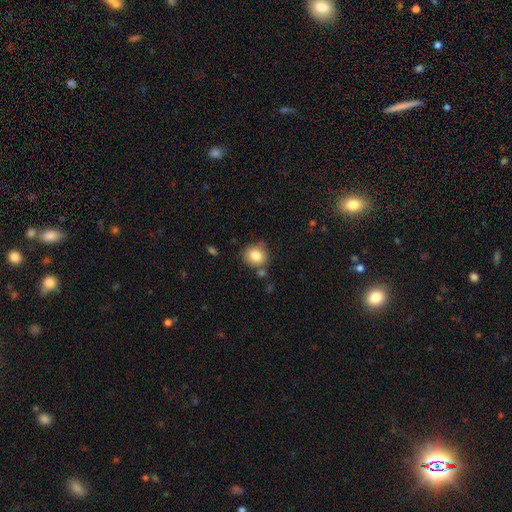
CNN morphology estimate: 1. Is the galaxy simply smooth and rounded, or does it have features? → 81% smooth, 10% star or artifact, 9% featured or disk.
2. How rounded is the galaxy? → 82% round, 17% in between, 1% cigar-shaped.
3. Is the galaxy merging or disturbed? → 73% none, 15% minor disturbance, 8% merger, 4% major disturbance.